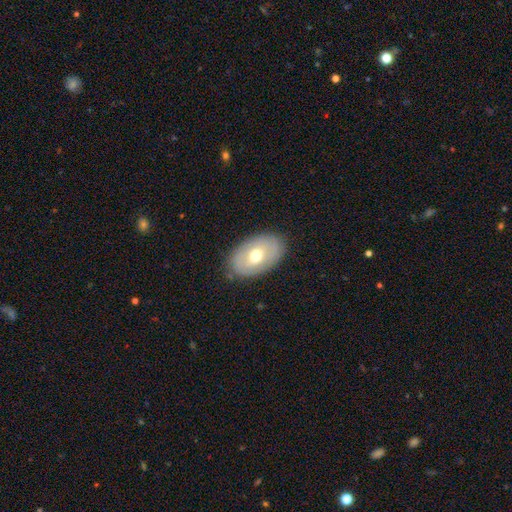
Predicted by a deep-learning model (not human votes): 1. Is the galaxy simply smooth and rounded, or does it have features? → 56% smooth, 37% featured or disk, 7% star or artifact.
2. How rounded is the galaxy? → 90% in between, 9% round, 1% cigar-shaped.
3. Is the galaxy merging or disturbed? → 83% none, 12% minor disturbance, 3% major disturbance, 1% merger.